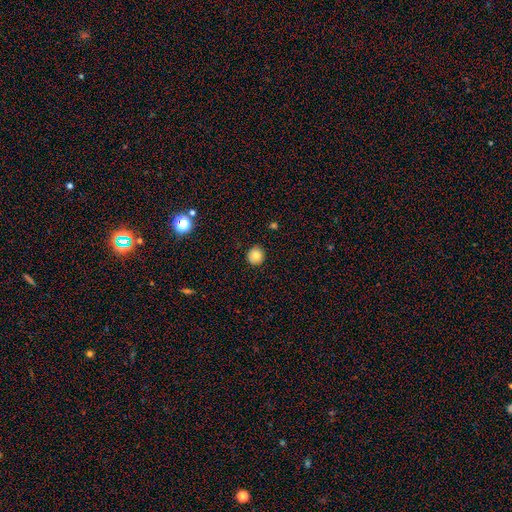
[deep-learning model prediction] This is clearly a smooth galaxy (82%). How rounded: clearly round (93%). Merging: clearly none (90%).